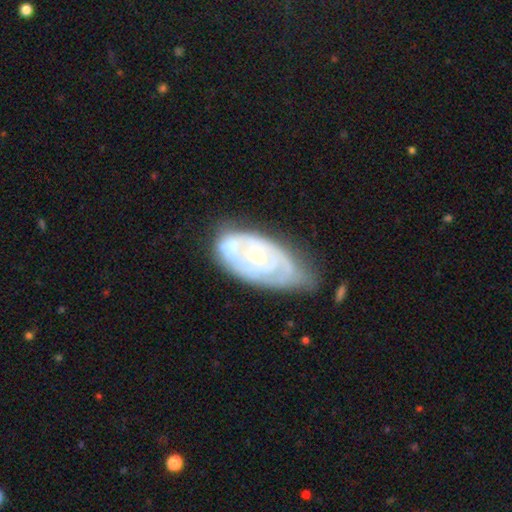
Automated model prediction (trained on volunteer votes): Smooth or featured: featured or disk — 75% (smooth — 19%)
Edge-on disk: no — 94% (yes — 6%)
Bar: no — 77% (weak — 19%)
Spiral arms: yes — 71% (no — 29%)
Spiral winding: tight — 70% (medium — 23%)
Spiral arm count: can't tell — 47% (2 — 29%)
Bulge size: moderate — 48% (small — 47%)
Merging: none — 38% (minor disturbance — 35%)